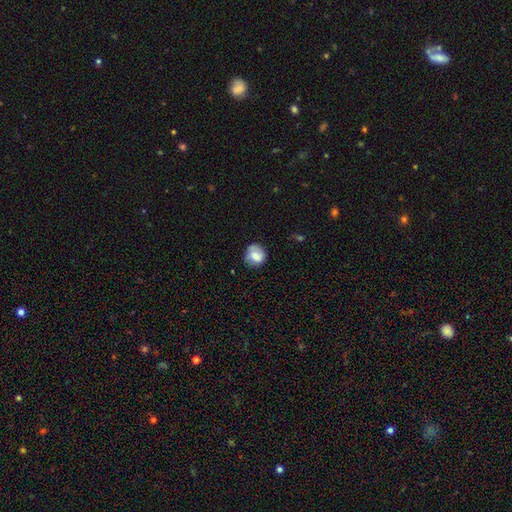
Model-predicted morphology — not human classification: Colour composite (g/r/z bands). It shows a smooth galaxy with no disk features (74%) that is round (78%). Merging: none (59%).